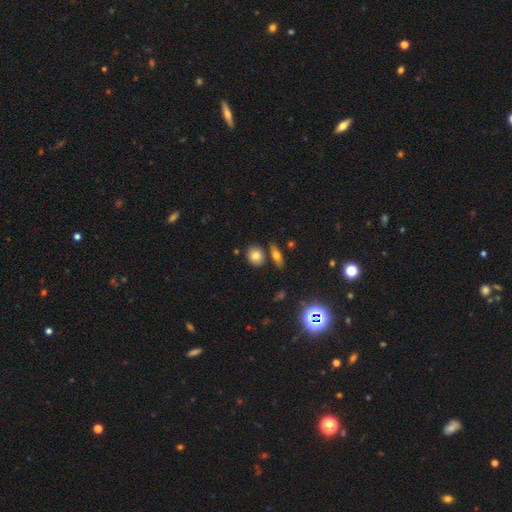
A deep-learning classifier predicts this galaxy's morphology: type=smooth (76%); roundness=round (57%); merging=none (76%).